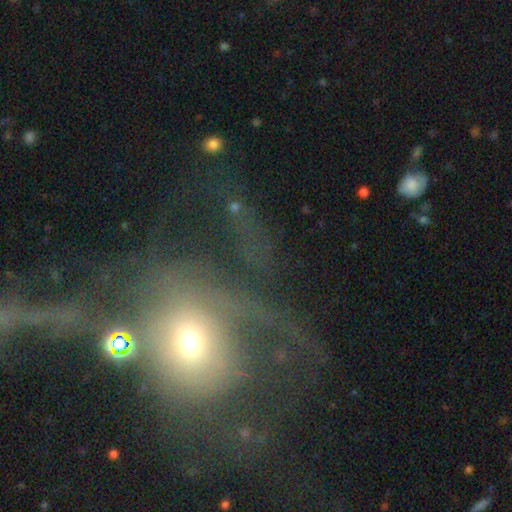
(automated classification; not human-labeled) This appears to be a featured or disk galaxy (45%). Merging: major disturbance (51%).